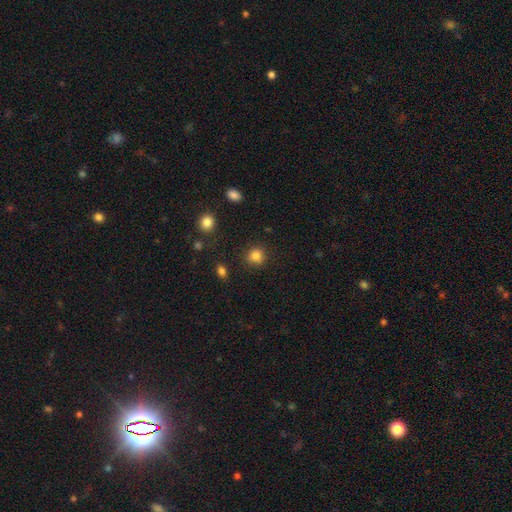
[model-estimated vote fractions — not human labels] A smooth galaxy with no disk features (84%) that is round (85%). Merging: none (87%).